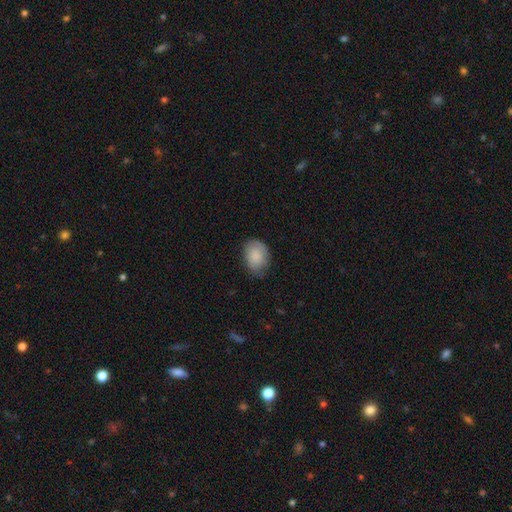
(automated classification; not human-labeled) Overall: smooth (84%). How rounded: in between (74%). Merging: none (69%).